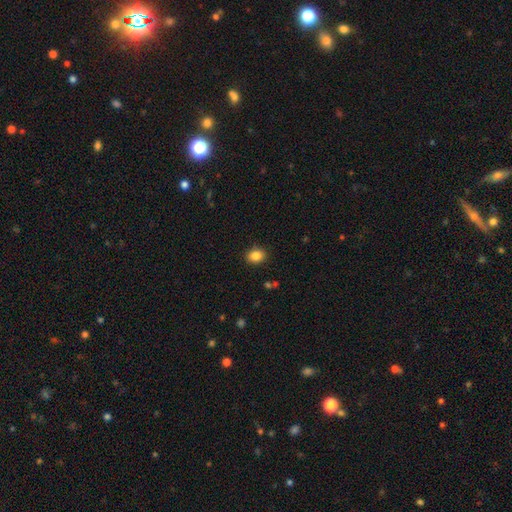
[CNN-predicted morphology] The model was most divided on "how rounded": in between: 51%, round: 48%, cigar-shaped: 1%. More confident: merging — none (88%); smooth or featured — smooth (85%).